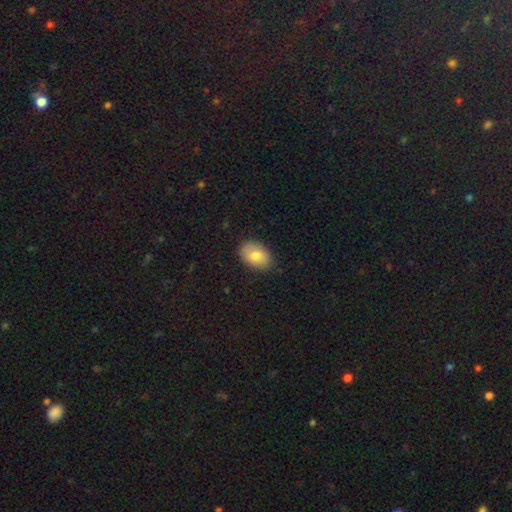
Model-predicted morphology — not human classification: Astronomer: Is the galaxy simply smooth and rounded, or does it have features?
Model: smooth — 79%.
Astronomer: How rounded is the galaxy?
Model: in between — 84%.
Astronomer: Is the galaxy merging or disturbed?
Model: none — 83%.